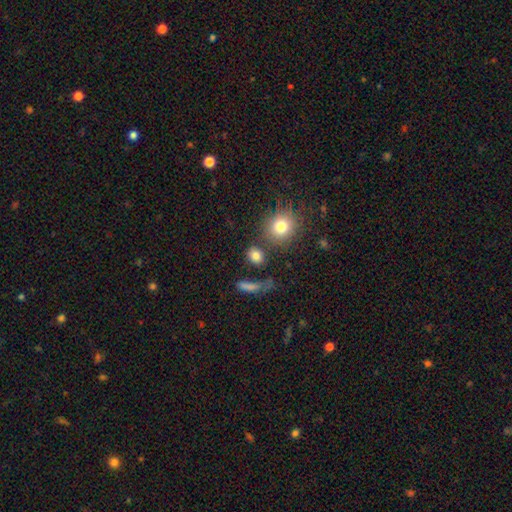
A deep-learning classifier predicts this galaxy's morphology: This appears to be a smooth galaxy with no disk features (81%) that is round (58%). Merging: none (68%).